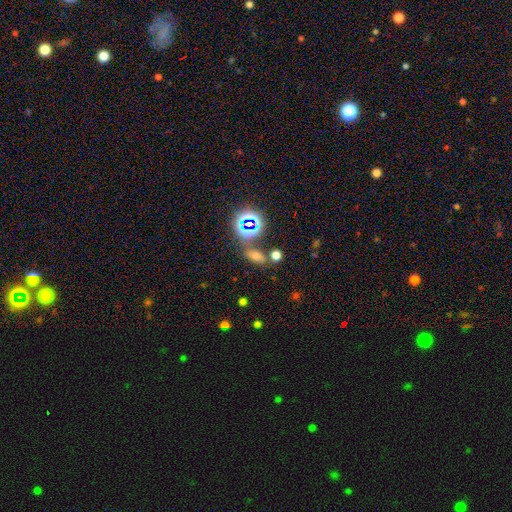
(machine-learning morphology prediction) This appears to be a smooth galaxy with no disk features (45%). Merging: none (67%).